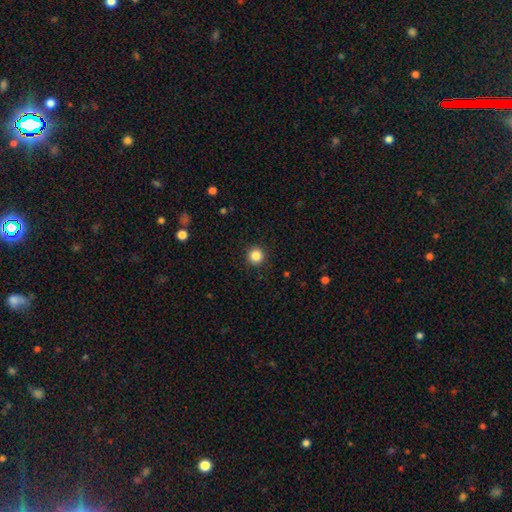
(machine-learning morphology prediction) A smooth galaxy with no disk features (85%) that is round (96%).

Vote fractions:
- Smooth or featured? smooth: 85% / star or artifact: 11% / featured or disk: 4%
- How rounded? round: 96% / in between: 3% / cigar-shaped: 1%
- Merging? none: 92% / minor disturbance: 5% / major disturbance: 2% / merger: 1%